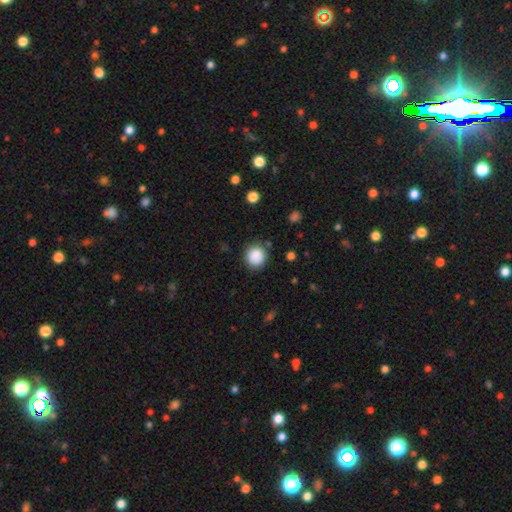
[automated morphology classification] A smooth galaxy with no disk features (86%) that is round (91%).

Vote fractions:
- Smooth or featured? smooth: 86% / star or artifact: 9% / featured or disk: 5%
- How rounded? round: 91% / in between: 9% / cigar-shaped: 1%
- Merging? none: 83% / minor disturbance: 11% / major disturbance: 3% / merger: 2%